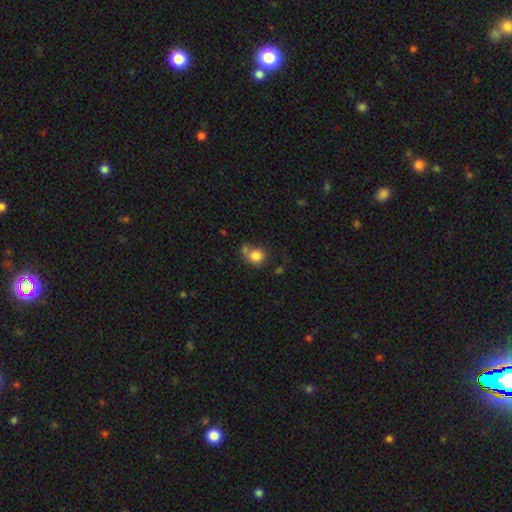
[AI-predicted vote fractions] smooth_or_featured: smooth (p=0.82) [alt: star or artifact p=0.10]
how_rounded: round (p=0.82) [alt: in between p=0.18]
merging: none (p=0.49) [alt: merger p=0.27]